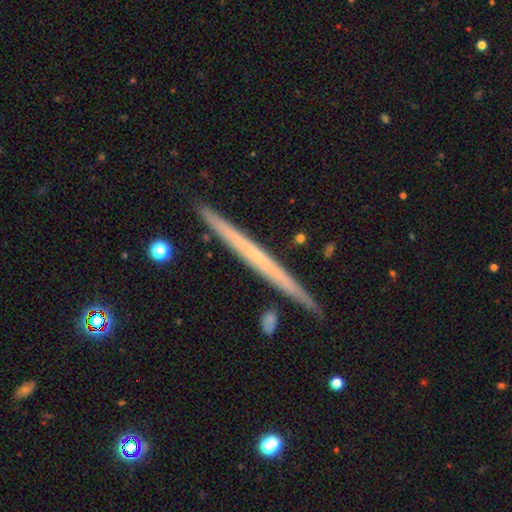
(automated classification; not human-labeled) smooth-or-featured: featured or disk: 59% | smooth: 35% | star or artifact: 6%
  disk-edge-on: yes: 97% | no: 3%
    edge-on-bulge: none: 91% | rounded: 7% | boxy: 3%
  merging: none: 90% | minor disturbance: 7% | merger: 2% | major disturbance: 1%